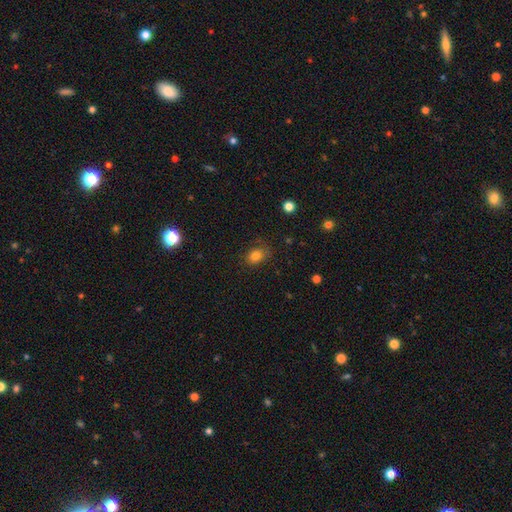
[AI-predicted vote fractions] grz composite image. It shows a smooth galaxy with no disk features (82%) that is in between round and cigar-shaped (62%). Merging: none (73%).